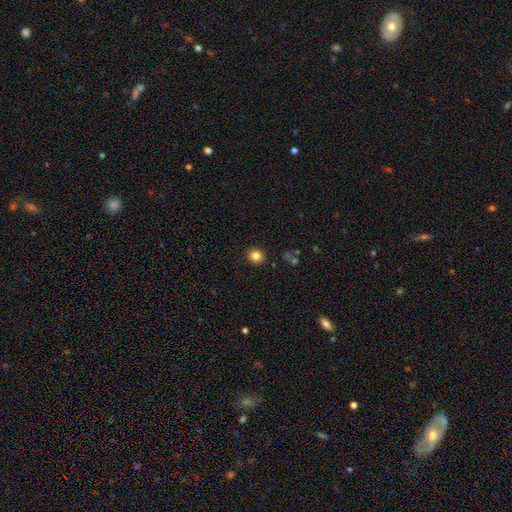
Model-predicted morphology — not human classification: The model was most divided on "how rounded": round: 78%, in between: 21%, cigar-shaped: 1%. More confident: merging — none (89%); smooth or featured — smooth (83%).